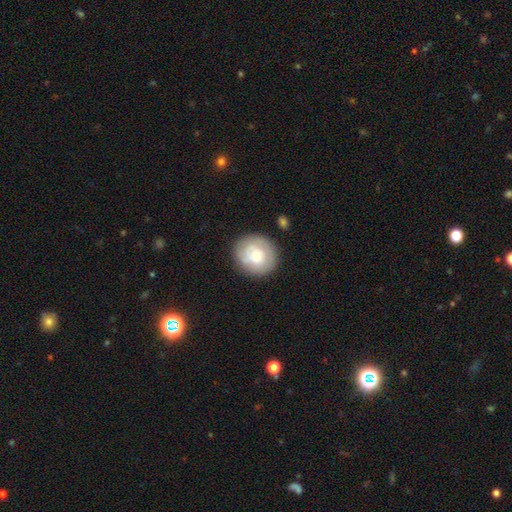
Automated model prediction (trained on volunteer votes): Q: Smooth or featured?
A: smooth (60%); runner-up: featured or disk (33%)
Q: How rounded?
A: round (86%); runner-up: in between (13%)
Q: Merging?
A: none (80%); runner-up: minor disturbance (13%)